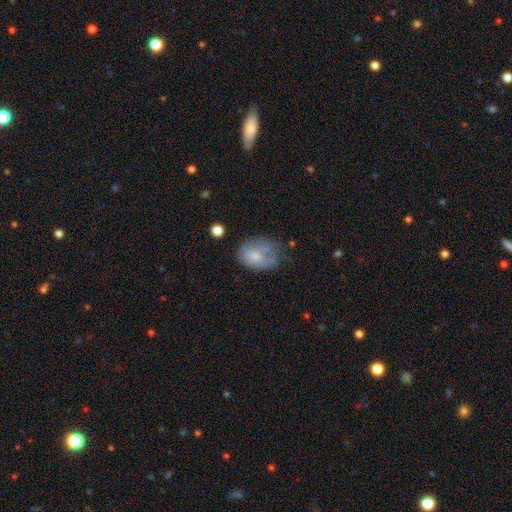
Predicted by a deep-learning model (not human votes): A smooth galaxy with no disk features (64%) that is in between round and cigar-shaped (74%). Merging: none (38%).